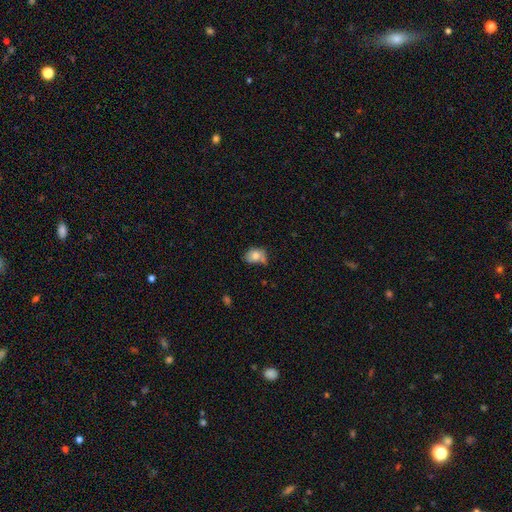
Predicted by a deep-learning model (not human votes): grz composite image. It shows a smooth galaxy with no disk features (77%) that is in between round and cigar-shaped (66%). Merging: none (41%).